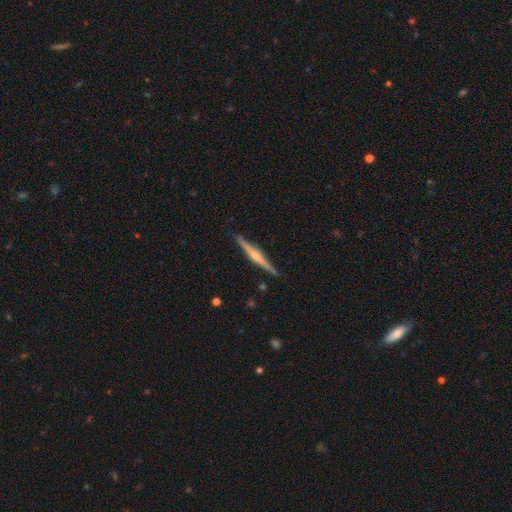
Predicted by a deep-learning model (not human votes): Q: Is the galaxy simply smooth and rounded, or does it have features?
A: featured or disk — 76%.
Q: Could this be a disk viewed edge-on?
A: yes — 98%.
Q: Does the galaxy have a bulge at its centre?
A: rounded — 83%.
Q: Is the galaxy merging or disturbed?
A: none — 90%.